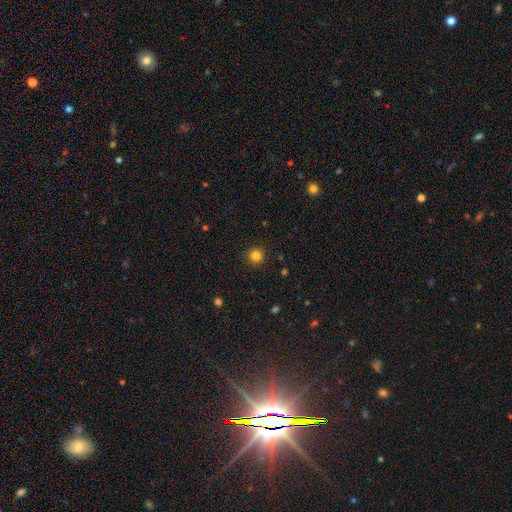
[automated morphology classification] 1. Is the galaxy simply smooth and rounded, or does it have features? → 83% smooth, 13% star or artifact, 4% featured or disk.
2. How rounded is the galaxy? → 95% round, 4% in between, 1% cigar-shaped.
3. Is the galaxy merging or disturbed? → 91% none, 6% minor disturbance, 2% major disturbance, 1% merger.